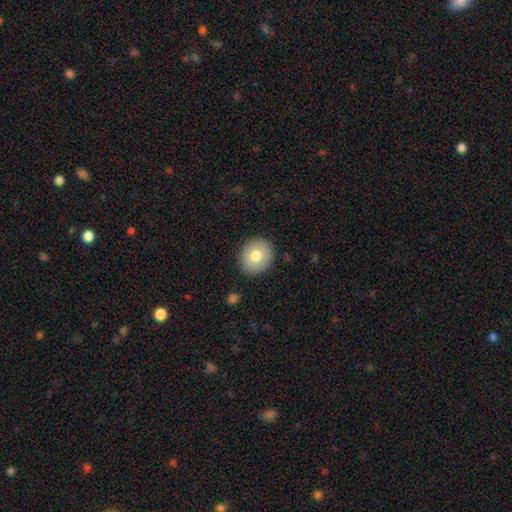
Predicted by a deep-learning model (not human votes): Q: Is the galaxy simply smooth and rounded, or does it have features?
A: smooth — 76%.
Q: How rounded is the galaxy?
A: round — 75%.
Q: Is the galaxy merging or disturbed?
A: none — 88%.